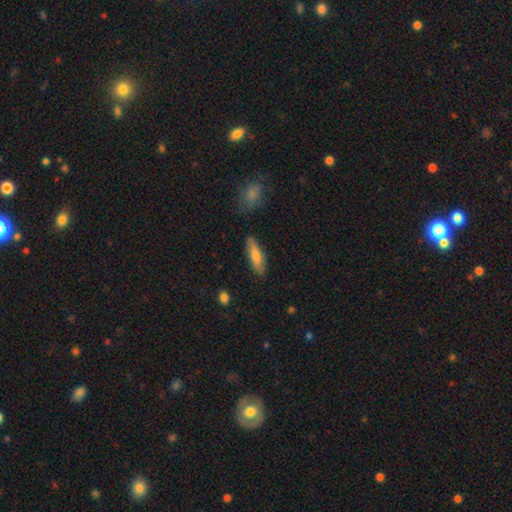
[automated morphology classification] A smooth galaxy with no disk features (74%) that is cigar-shaped (52%). Merging: none (84%).